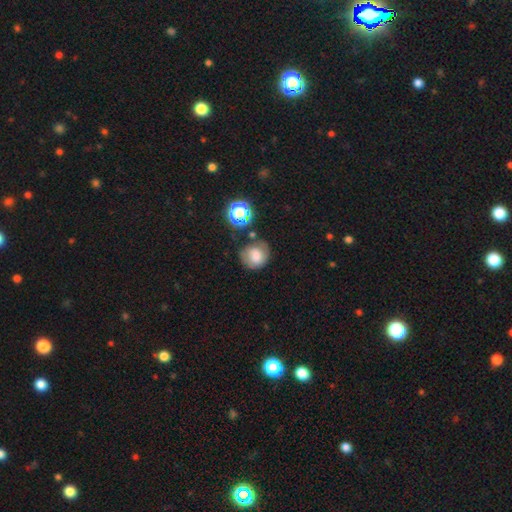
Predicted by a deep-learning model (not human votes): This appears to be a smooth galaxy with no disk features (68%) that is round (77%). Merging: none (57%).